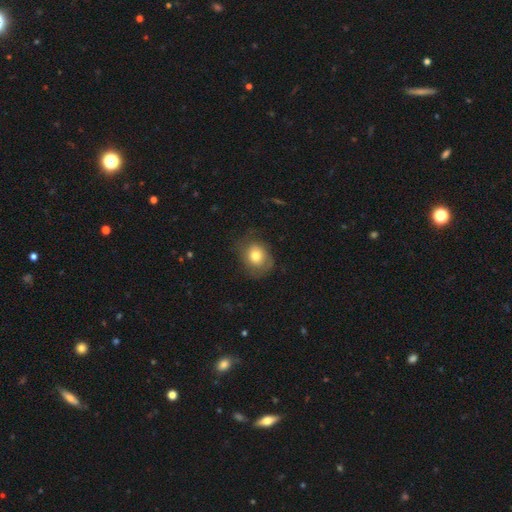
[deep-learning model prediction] Smooth or featured?
  - smooth: 68% *
  - featured or disk: 23%
  - star or artifact: 9%
How rounded?
  - round: 62% *
  - in between: 37%
  - cigar-shaped: 1%
Merging?
  - none: 62% *
  - minor disturbance: 24%
  - major disturbance: 13%
  - merger: 1%